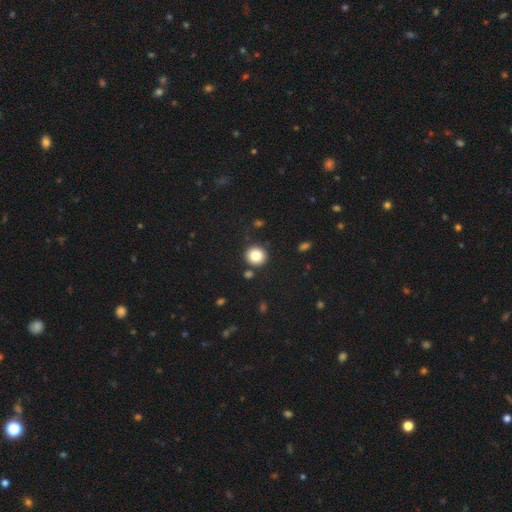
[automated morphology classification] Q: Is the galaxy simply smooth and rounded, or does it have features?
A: smooth — 83%.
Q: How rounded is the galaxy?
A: round — 91%.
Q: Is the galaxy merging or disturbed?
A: none — 87%.